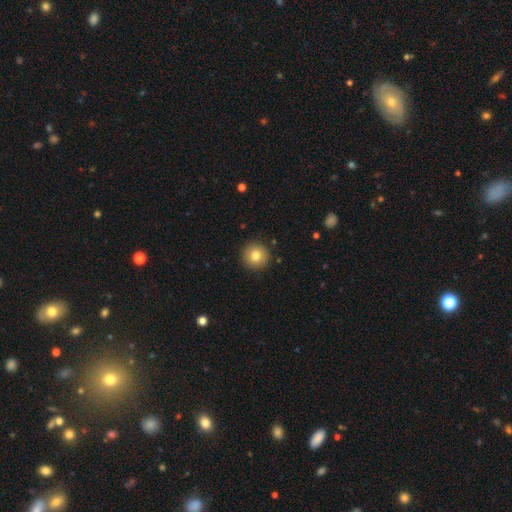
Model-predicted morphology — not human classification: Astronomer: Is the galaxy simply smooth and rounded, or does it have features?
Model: smooth — 80%.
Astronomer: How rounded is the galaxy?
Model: round — 95%.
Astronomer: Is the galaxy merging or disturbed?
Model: none — 92%.